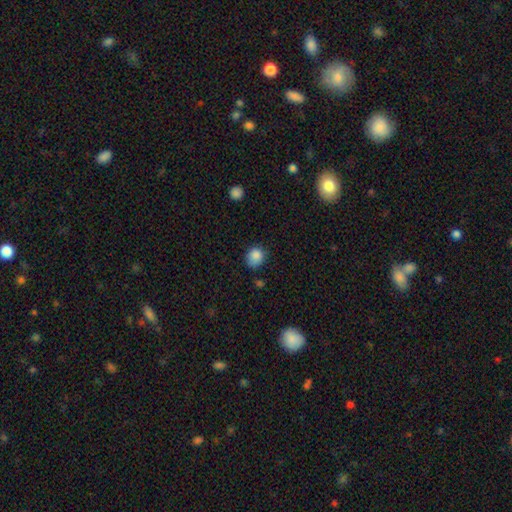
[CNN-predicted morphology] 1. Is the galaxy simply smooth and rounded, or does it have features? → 86% smooth, 10% star or artifact, 4% featured or disk.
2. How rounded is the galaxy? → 76% round, 24% in between, 1% cigar-shaped.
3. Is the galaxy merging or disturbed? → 71% none, 23% minor disturbance, 4% major disturbance, 2% merger.